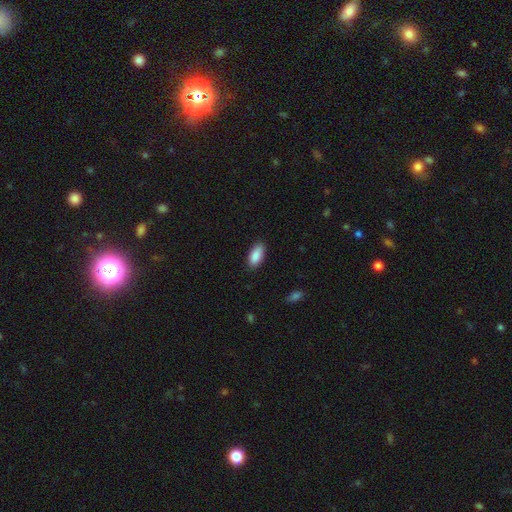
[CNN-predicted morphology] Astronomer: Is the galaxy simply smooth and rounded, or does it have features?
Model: smooth — 89%.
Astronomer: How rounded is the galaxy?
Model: in between — 89%.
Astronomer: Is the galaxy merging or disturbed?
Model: none — 86%.